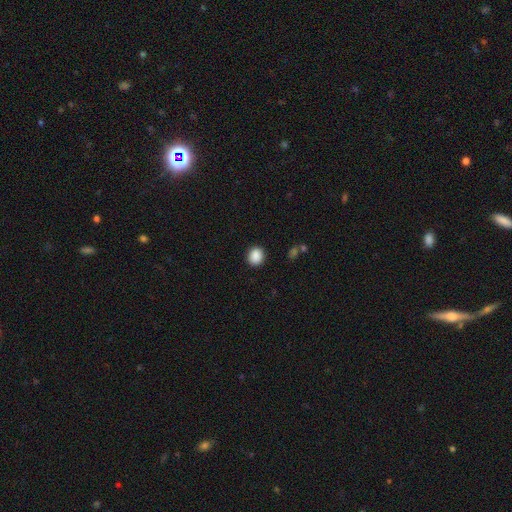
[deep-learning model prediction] A smooth galaxy with no disk features (88%) that is round (73%).

Vote fractions:
- Smooth or featured? smooth: 88% / star or artifact: 9% / featured or disk: 3%
- How rounded? round: 73% / in between: 26% / cigar-shaped: 1%
- Merging? none: 90% / minor disturbance: 7% / major disturbance: 2% / merger: 1%